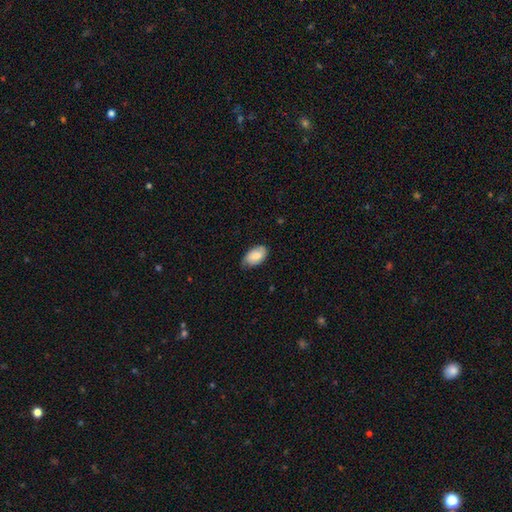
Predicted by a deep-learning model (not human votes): Smooth or featured: smooth — 80% (featured or disk — 14%)
How rounded: in between — 94% (round — 4%)
Merging: none — 66% (minor disturbance — 28%)